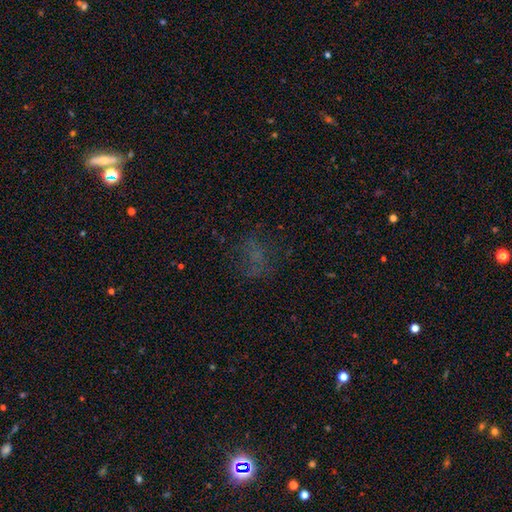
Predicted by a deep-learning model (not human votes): A smooth galaxy with no disk features (41%).

Vote fractions:
- Smooth or featured? smooth: 41% / star or artifact: 35% / featured or disk: 23%
- Merging? none: 58% / major disturbance: 22% / minor disturbance: 18% / merger: 3%